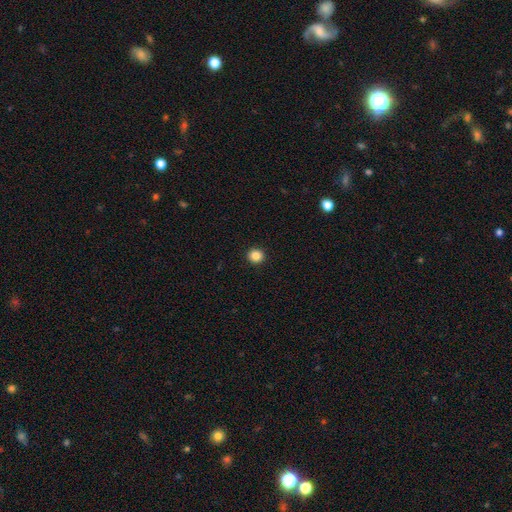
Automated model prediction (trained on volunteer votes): smooth_or_featured: smooth (p=0.86) [alt: star or artifact p=0.11]
how_rounded: round (p=0.94) [alt: in between p=0.05]
merging: none (p=0.94) [alt: minor disturbance p=0.04]